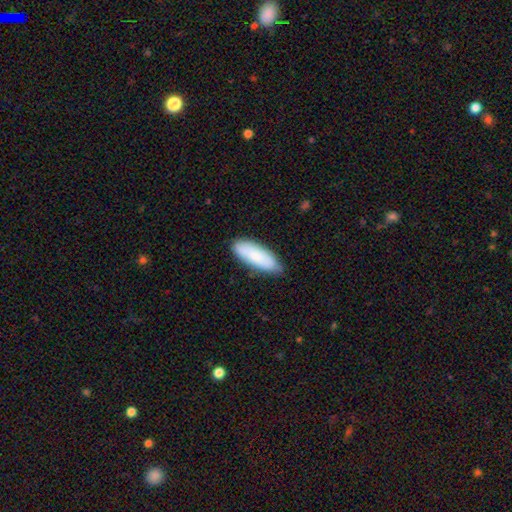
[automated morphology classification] This is clearly a smooth galaxy (82%). How rounded: likely in between (68%). Merging: likely none (78%).